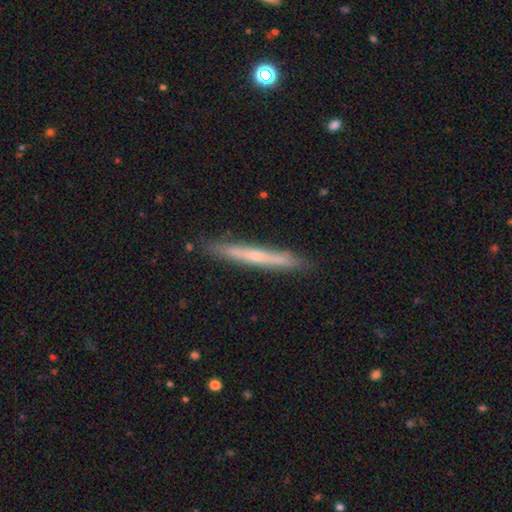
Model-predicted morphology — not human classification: type=featured or disk (51%); edge-on=yes (95%); merging=none (89%).